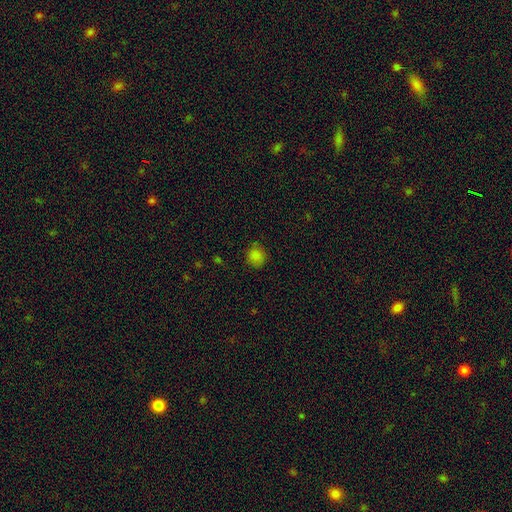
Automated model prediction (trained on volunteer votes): Morphology: type=smooth (83%); roundness=round (88%); merging=none (82%).